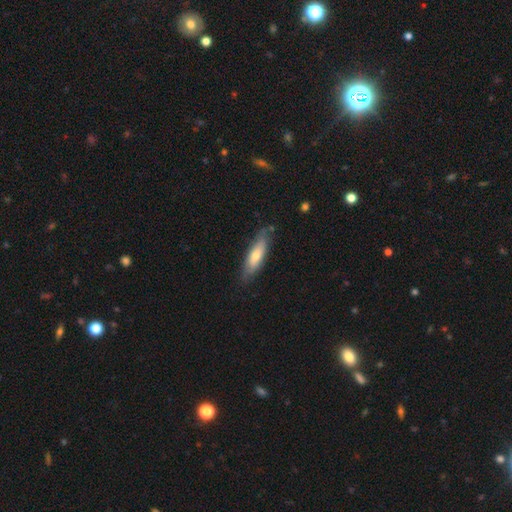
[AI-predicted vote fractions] smooth_or_featured: smooth (p=0.57) [alt: featured or disk p=0.37]
how_rounded: cigar-shaped (p=0.65) [alt: in between p=0.33]
merging: none (p=0.78) [alt: minor disturbance p=0.17]